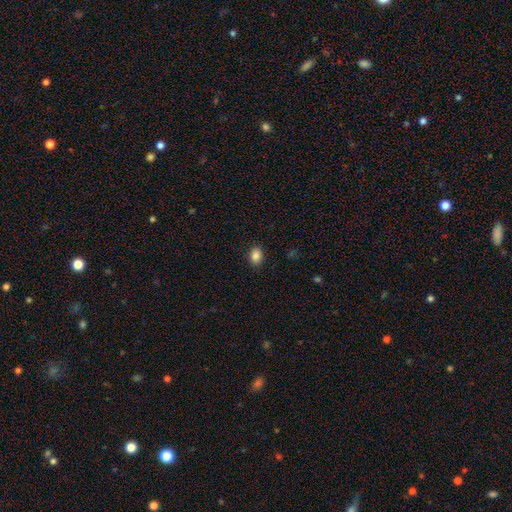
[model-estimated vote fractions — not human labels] Smooth or featured?
  - smooth: 87% *
  - star or artifact: 9%
  - featured or disk: 4%
How rounded?
  - in between: 73% *
  - round: 26%
  - cigar-shaped: 1%
Merging?
  - none: 89% *
  - minor disturbance: 8%
  - major disturbance: 2%
  - merger: 1%